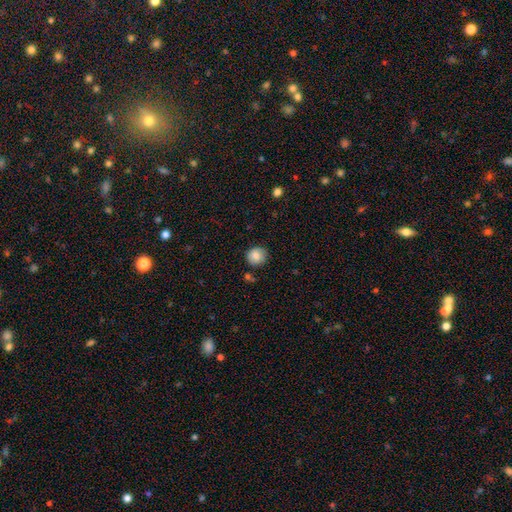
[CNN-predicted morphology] This appears to be a smooth galaxy with no disk features (83%) that is round (90%). Merging: none (83%).